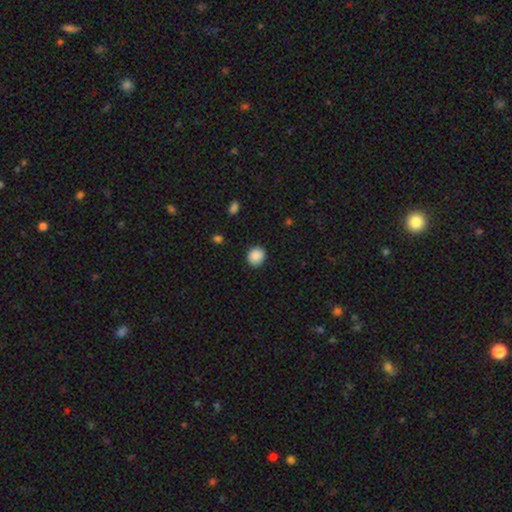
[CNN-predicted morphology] Smooth or featured?
  - smooth: 89% *
  - star or artifact: 8%
  - featured or disk: 3%
How rounded?
  - round: 81% *
  - in between: 18%
  - cigar-shaped: 1%
Merging?
  - none: 87% *
  - minor disturbance: 9%
  - major disturbance: 2%
  - merger: 1%